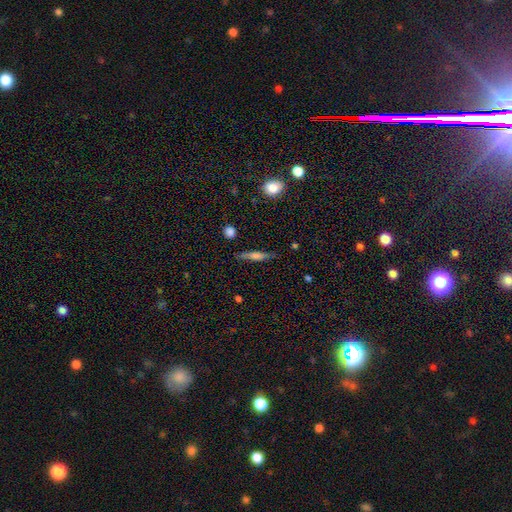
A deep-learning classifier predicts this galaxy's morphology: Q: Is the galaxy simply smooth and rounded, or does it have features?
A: smooth — 50%.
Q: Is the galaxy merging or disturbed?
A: none — 84%.